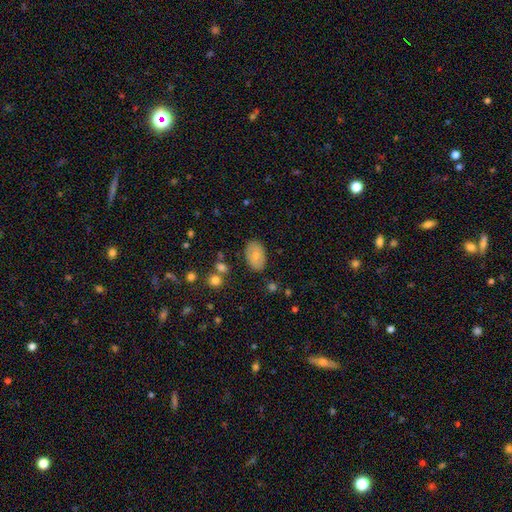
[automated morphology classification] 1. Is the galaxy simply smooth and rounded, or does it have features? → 71% smooth, 22% featured or disk, 7% star or artifact.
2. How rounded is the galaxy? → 90% in between, 9% round, 1% cigar-shaped.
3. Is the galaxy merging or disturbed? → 83% none, 12% minor disturbance, 3% major disturbance, 2% merger.